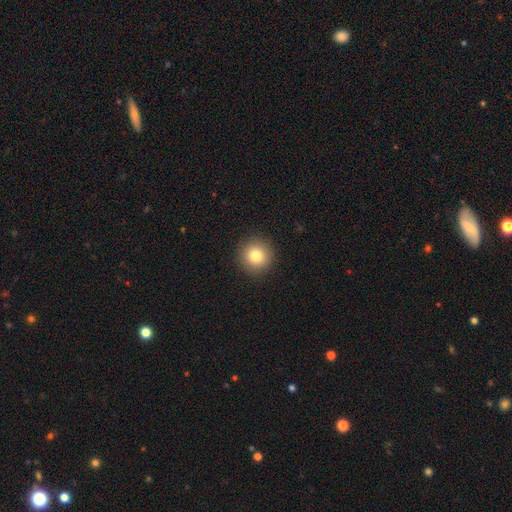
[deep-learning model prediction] A smooth galaxy with no disk features (81%) that is round (95%). Merging: none (92%).